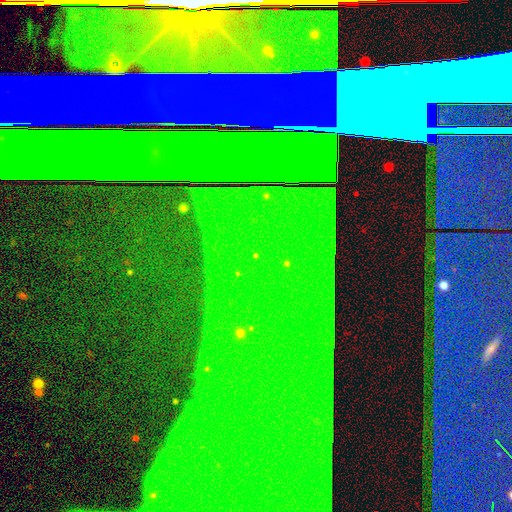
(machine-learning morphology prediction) Q: Smooth or featured?
A: star or artifact (86%); runner-up: featured or disk (8%)